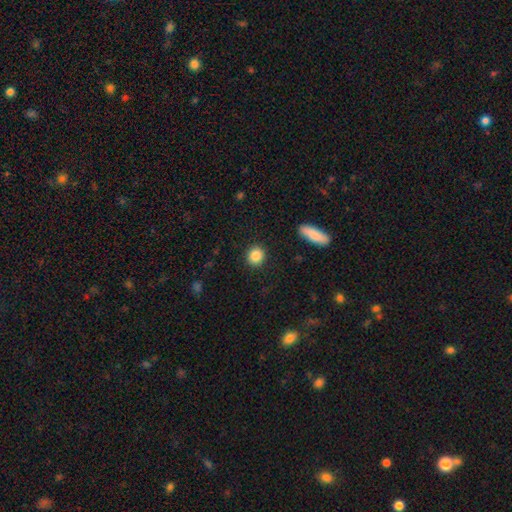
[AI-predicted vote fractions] Smooth or featured? smooth (87%)
How rounded? round (84%)
Merging? none (91%)